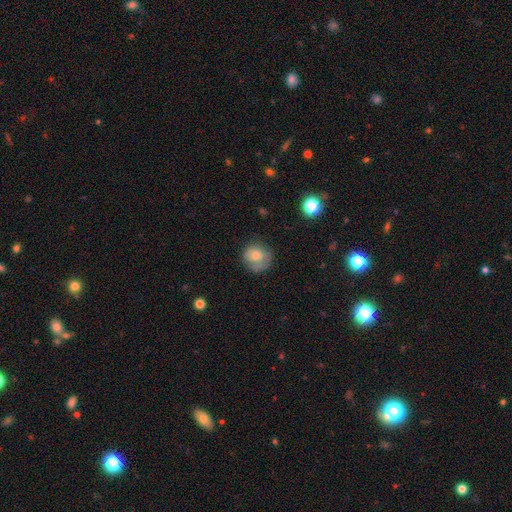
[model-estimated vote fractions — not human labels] smooth 67%, featured or disk 25%, star or artifact 8%. Down the decision tree: how rounded — round (81%); merging — none (57%).